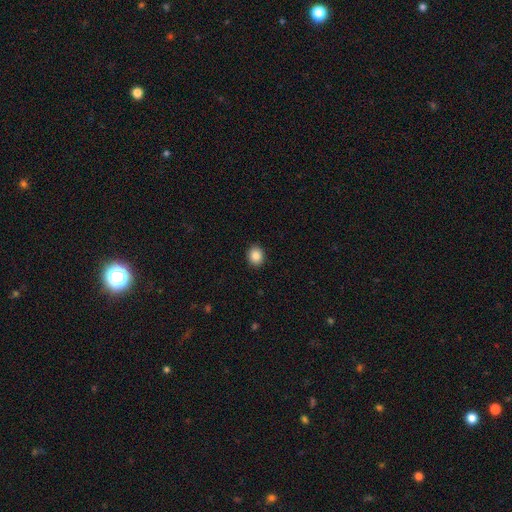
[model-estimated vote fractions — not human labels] smooth 87%, star or artifact 9%, featured or disk 4%. Down the decision tree: how rounded — round (63%); merging — none (92%).